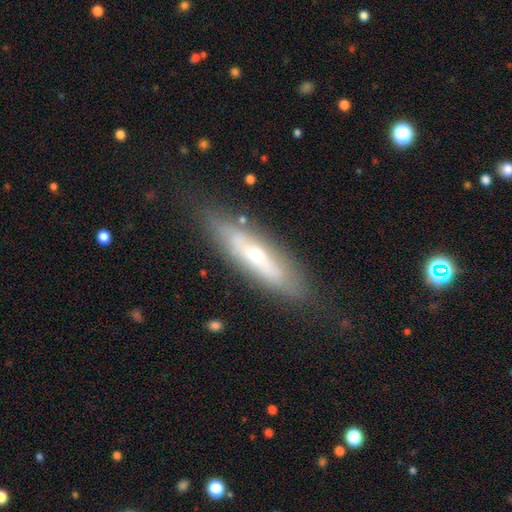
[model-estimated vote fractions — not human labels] The model was most divided on "smooth or featured": featured or disk: 51%, smooth: 42%, star or artifact: 7%. More confident: merging — none (76%); edge-on disk — yes (60%).